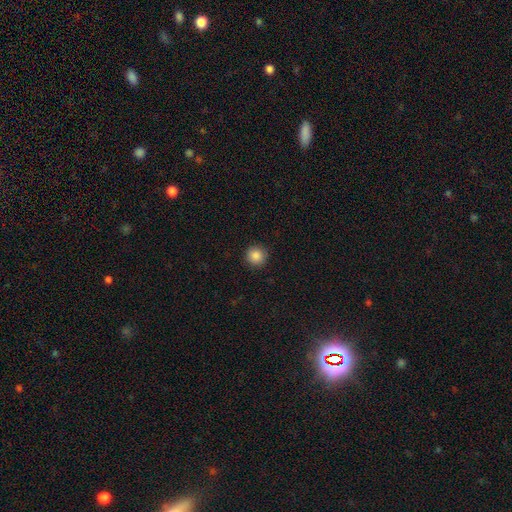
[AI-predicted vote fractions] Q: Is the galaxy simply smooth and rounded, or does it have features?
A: smooth — 87%.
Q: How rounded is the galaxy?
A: round — 95%.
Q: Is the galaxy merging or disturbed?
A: none — 92%.